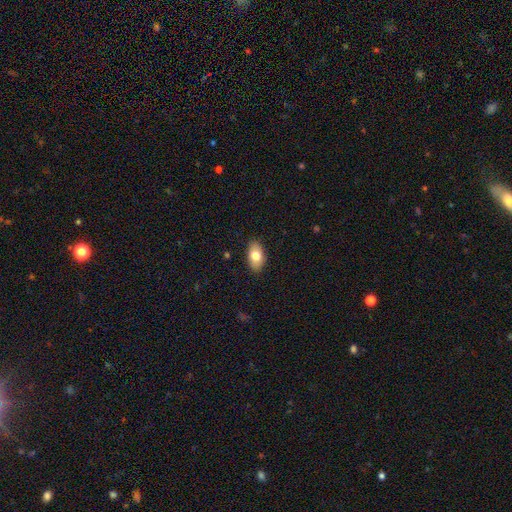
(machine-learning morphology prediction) Overall: smooth (77%). How rounded: in between (92%). Merging: none (88%).